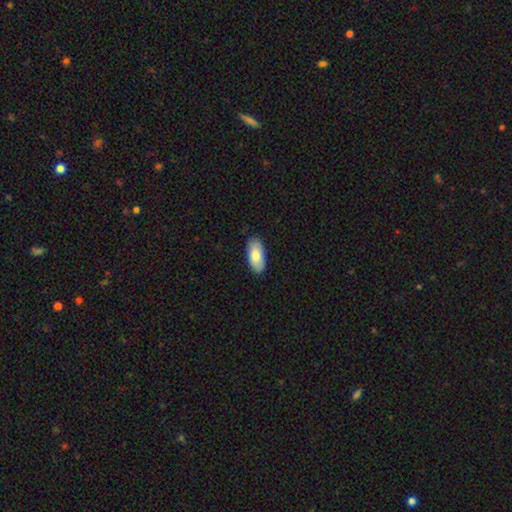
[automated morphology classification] A smooth galaxy with no disk features (79%) that is in between round and cigar-shaped (91%). Merging: none (86%).